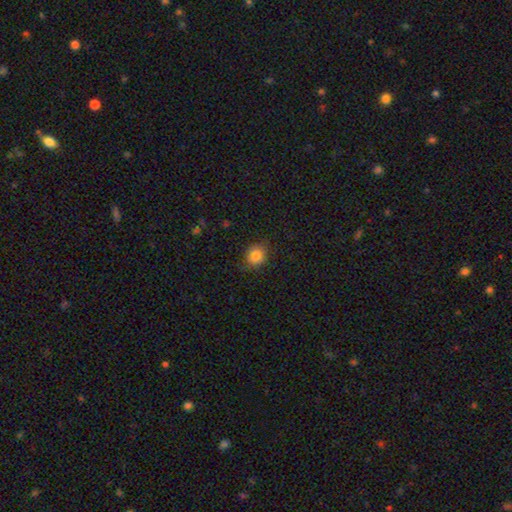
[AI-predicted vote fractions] Smooth or featured? smooth (83%)
How rounded? round (72%)
Merging? none (80%)